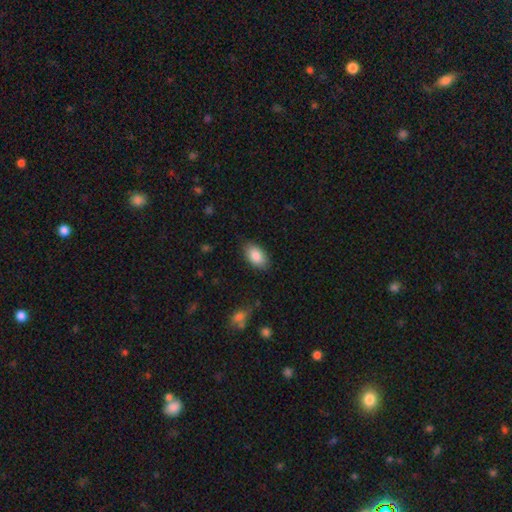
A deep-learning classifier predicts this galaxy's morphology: The model was most divided on "merging": none: 83%, minor disturbance: 13%, major disturbance: 3%, merger: 1%. More confident: how rounded — in between (93%); smooth or featured — smooth (87%).